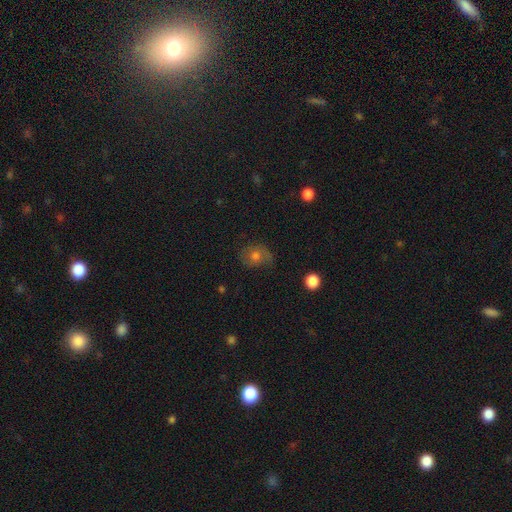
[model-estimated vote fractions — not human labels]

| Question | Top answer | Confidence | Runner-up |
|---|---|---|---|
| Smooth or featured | smooth | 51% | featured or disk (35%) |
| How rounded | round | 64% | in between (35%) |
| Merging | none | 61% | minor disturbance (24%) |